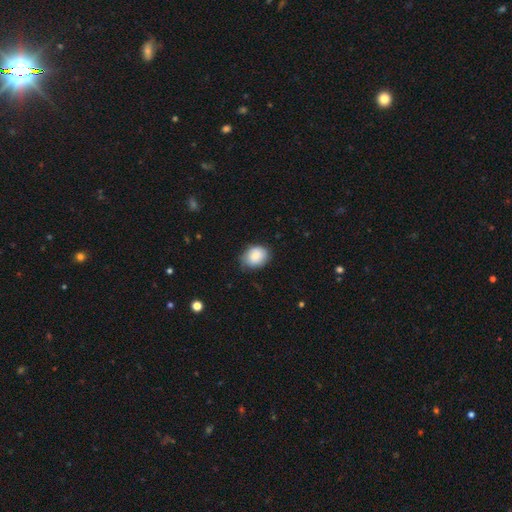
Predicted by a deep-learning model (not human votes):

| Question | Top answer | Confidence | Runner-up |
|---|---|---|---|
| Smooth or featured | smooth | 86% | star or artifact (7%) |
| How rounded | in between | 59% | round (40%) |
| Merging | none | 71% | minor disturbance (24%) |